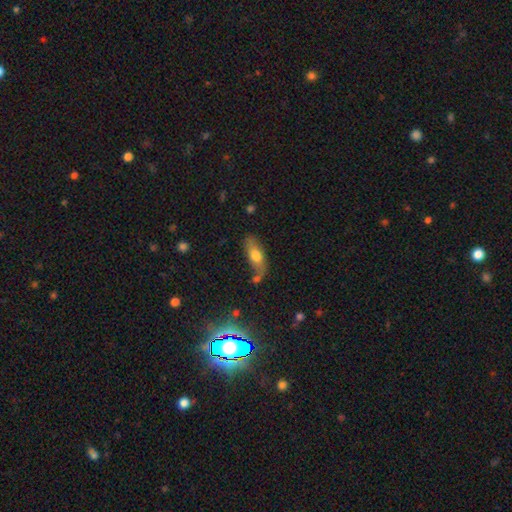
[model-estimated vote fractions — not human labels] A smooth galaxy with no disk features (60%) that is in between round and cigar-shaped (73%). Merging: none (58%).